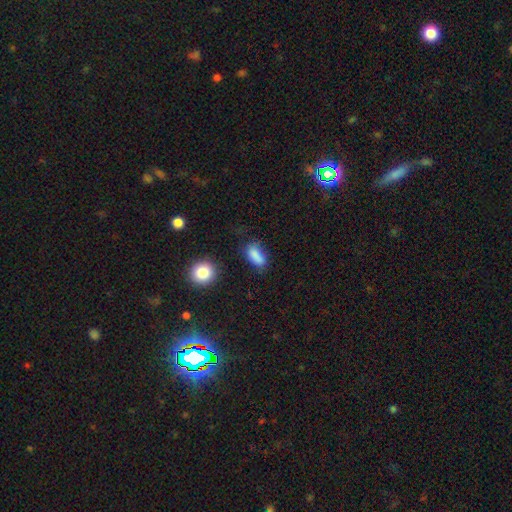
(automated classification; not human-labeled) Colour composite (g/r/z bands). It shows a smooth galaxy with no disk features (83%) that is in between round and cigar-shaped (78%). Merging: none (57%).